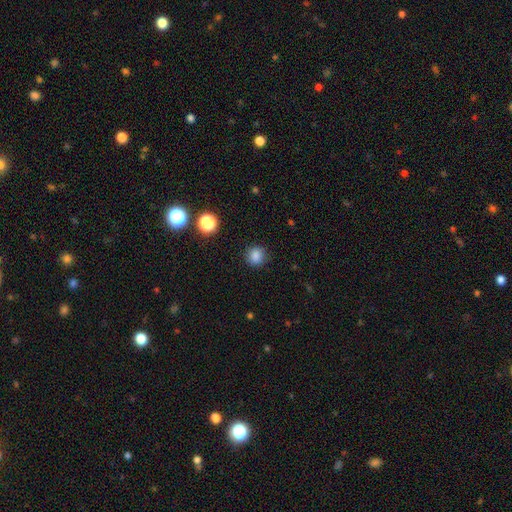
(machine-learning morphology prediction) smooth 84%, star or artifact 12%, featured or disk 4%. Down the decision tree: how rounded — round (87%); merging — none (89%).